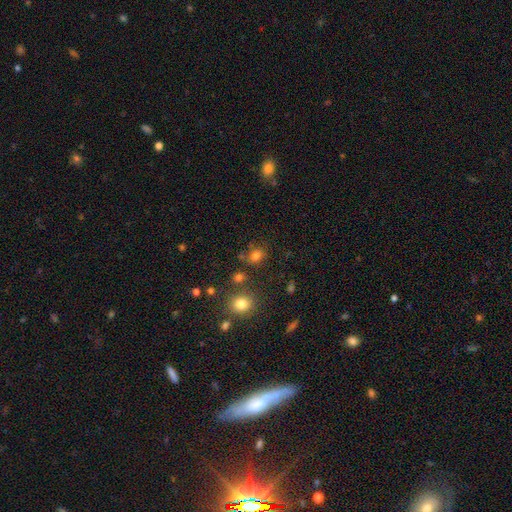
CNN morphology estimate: smooth_or_featured: smooth (p=0.76) [alt: star or artifact p=0.17]
how_rounded: round (p=0.61) [alt: in between p=0.38]
merging: none (p=0.72) [alt: minor disturbance p=0.14]